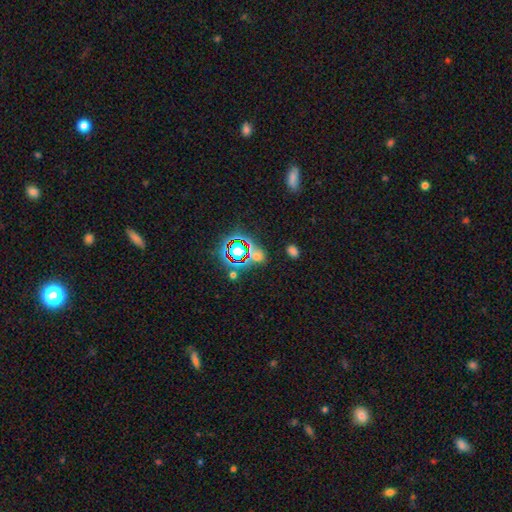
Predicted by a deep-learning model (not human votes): Smooth or featured? Predicted: star or artifact (p=0.62).